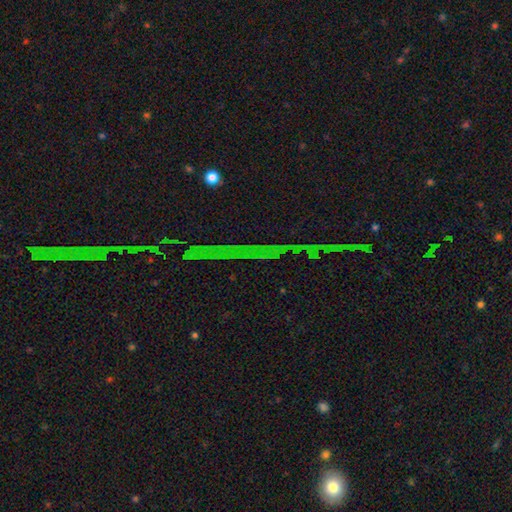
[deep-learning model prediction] This is clearly a star or artifact rather than a galaxy (82%).